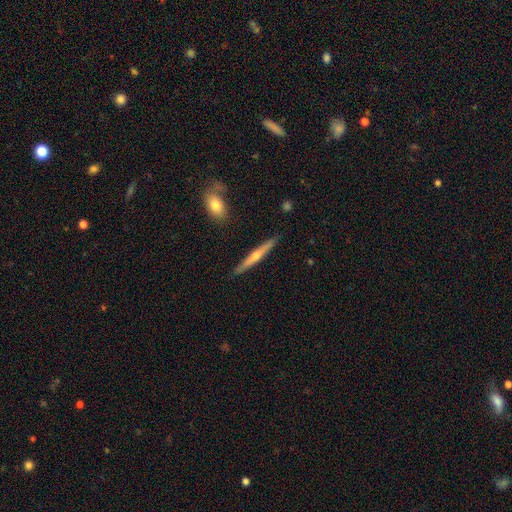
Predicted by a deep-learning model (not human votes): This appears to be a featured or disk galaxy (67%) viewed edge-on (97%) with a rounded central bulge (82%). Merging: none (89%).